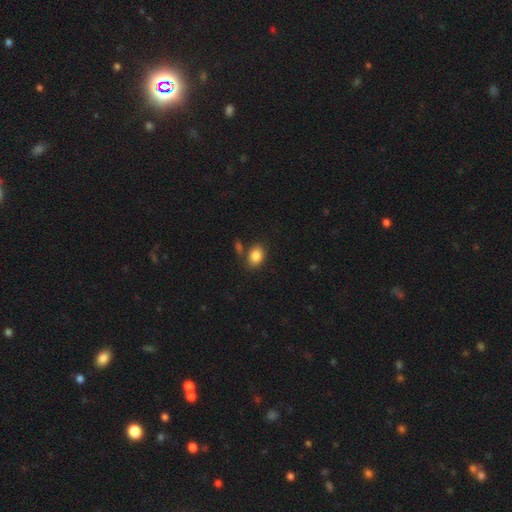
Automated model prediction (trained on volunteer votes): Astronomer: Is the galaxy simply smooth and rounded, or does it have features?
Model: smooth — 85%.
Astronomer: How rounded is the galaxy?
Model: in between — 72%.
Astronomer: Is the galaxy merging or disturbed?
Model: none — 71%.